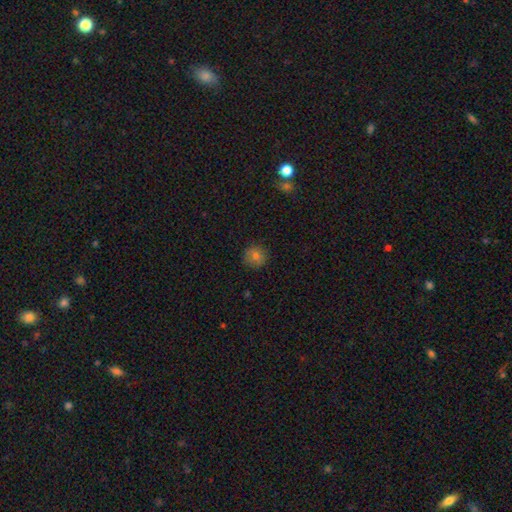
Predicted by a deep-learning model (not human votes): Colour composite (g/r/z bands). It shows a smooth galaxy with no disk features (77%) that is round (93%). Merging: none (88%).